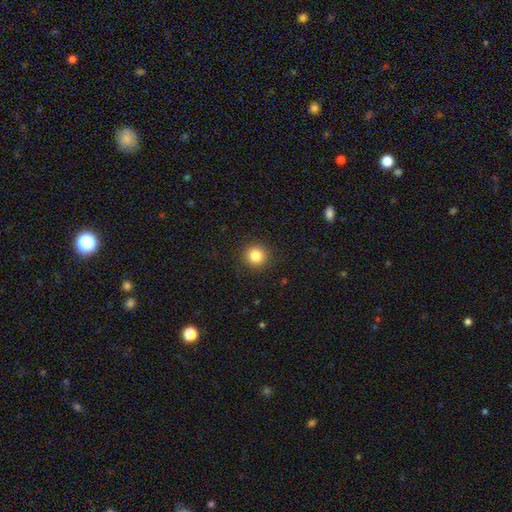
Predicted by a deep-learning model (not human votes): Overall: smooth (84%). How rounded: round (94%). Merging: none (92%).